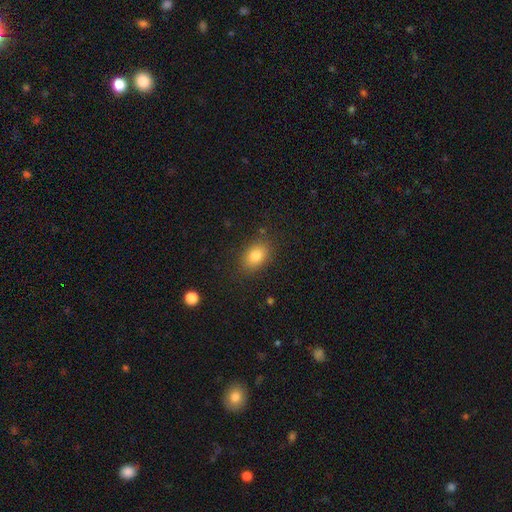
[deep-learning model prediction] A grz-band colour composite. It shows a smooth galaxy with no disk features (82%) that is in between round and cigar-shaped (79%). Merging: none (84%).